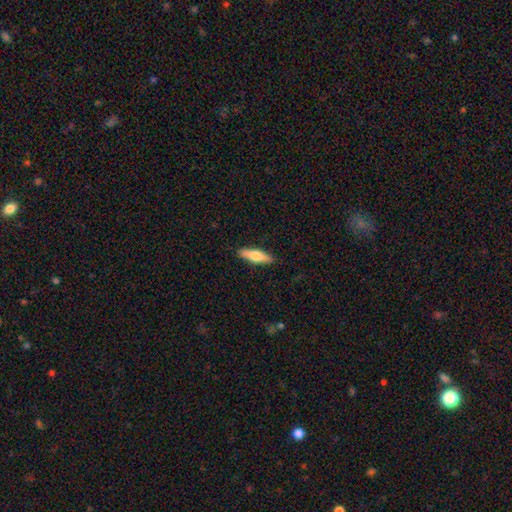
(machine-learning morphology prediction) A smooth galaxy with no disk features (64%) that is cigar-shaped (63%).

Vote fractions:
- Smooth or featured? smooth: 64% / featured or disk: 31% / star or artifact: 5%
- How rounded? cigar-shaped: 63% / in between: 35% / round: 2%
- Merging? none: 89% / minor disturbance: 8% / major disturbance: 2% / merger: 1%